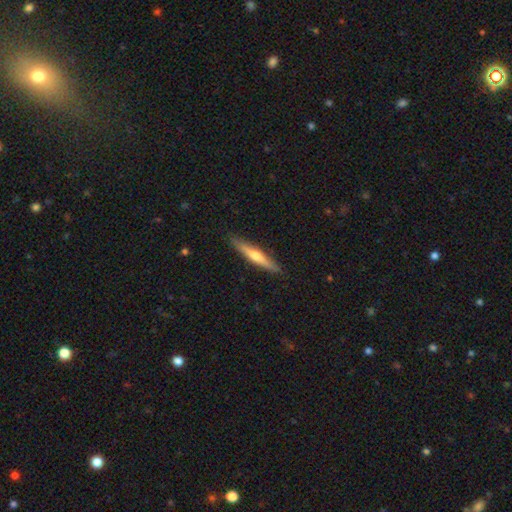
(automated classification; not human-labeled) featured or disk 51%, smooth 44%, star or artifact 6%. Down the decision tree: edge-on disk — yes (95%); merging — none (90%).